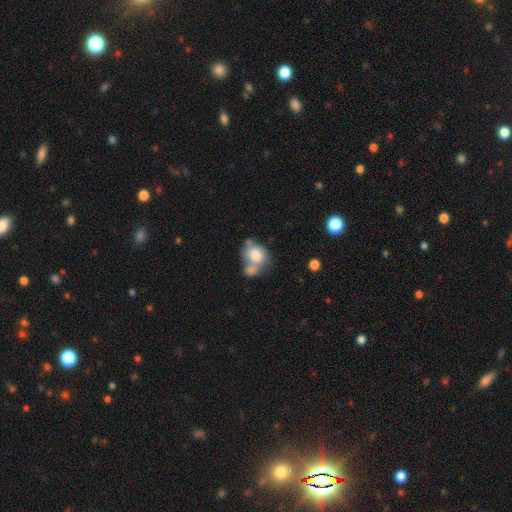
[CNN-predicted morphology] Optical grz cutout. It shows a smooth galaxy with no disk features (71%) that is round (50%). Merging: merger (53%).